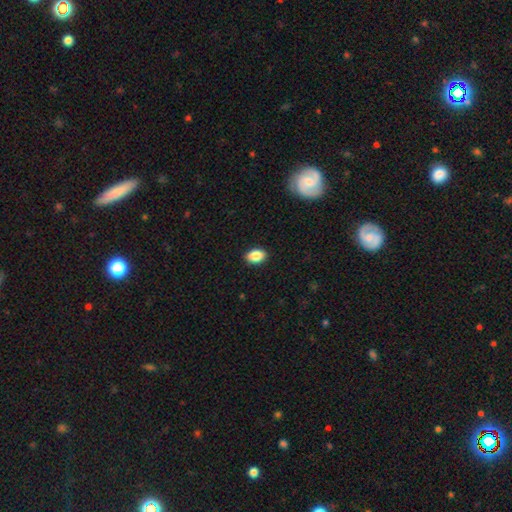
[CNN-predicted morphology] A smooth galaxy with no disk features (88%) that is in between round and cigar-shaped (83%). Merging: none (90%).